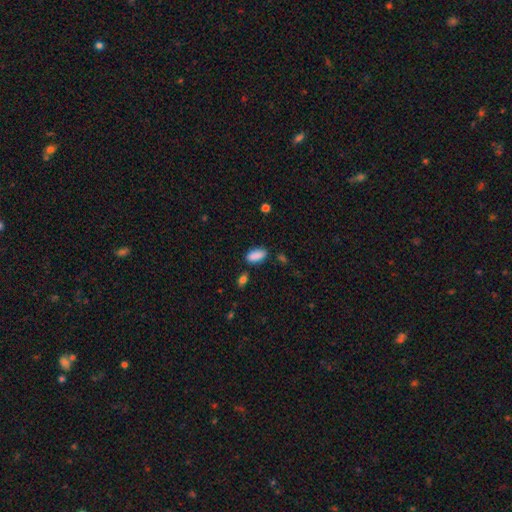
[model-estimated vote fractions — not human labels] Overall: smooth (89%). How rounded: in between (92%). Merging: none (80%).